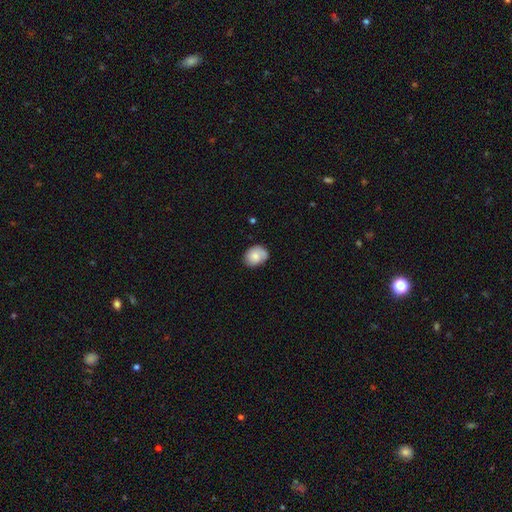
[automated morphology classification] smooth-or-featured: smooth: 79% | featured or disk: 13% | star or artifact: 8%
  how-rounded: in between: 56% | round: 43% | cigar-shaped: 1%
  merging: none: 67% | minor disturbance: 26% | major disturbance: 5% | merger: 2%